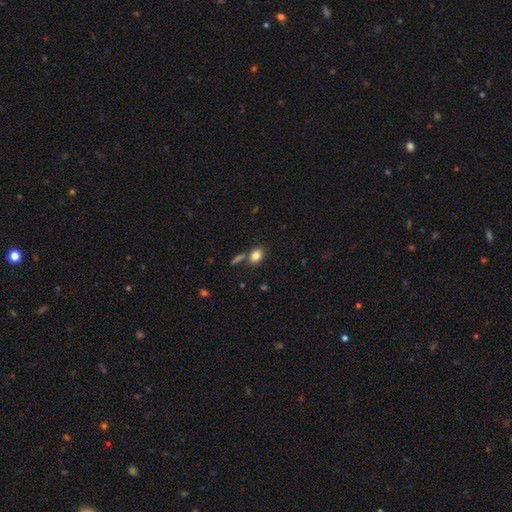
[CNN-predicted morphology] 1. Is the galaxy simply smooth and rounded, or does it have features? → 83% smooth, 9% star or artifact, 8% featured or disk.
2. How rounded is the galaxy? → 70% in between, 28% round, 2% cigar-shaped.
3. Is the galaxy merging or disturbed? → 68% none, 16% merger, 13% minor disturbance, 4% major disturbance.